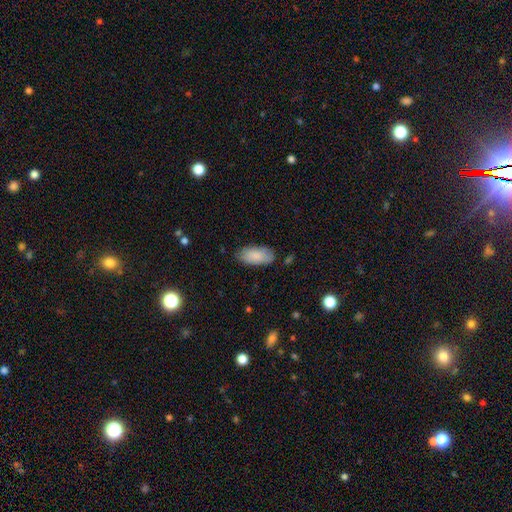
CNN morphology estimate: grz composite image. It shows a smooth galaxy with no disk features (86%) that is in between round and cigar-shaped (91%). Merging: none (80%).